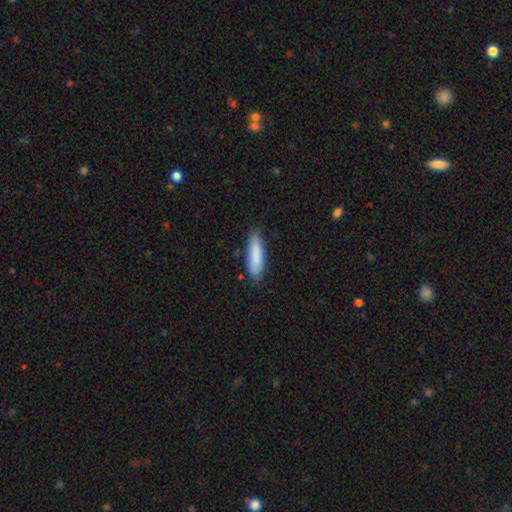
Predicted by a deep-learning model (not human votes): Overall: smooth (86%). How rounded: cigar-shaped (62%; in between 37%). Merging: none (81%).